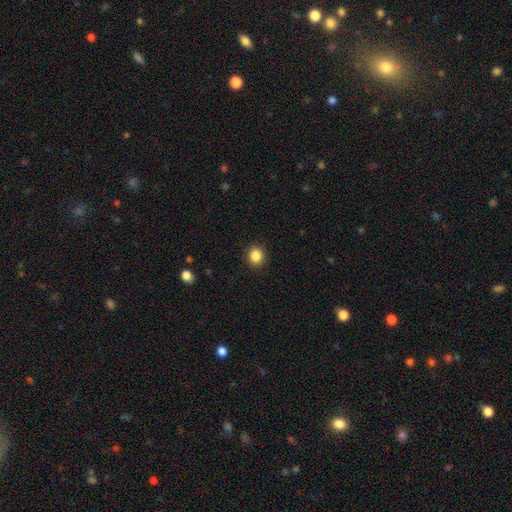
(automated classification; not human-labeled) A smooth galaxy with no disk features (86%) that is round (74%).

Vote fractions:
- Smooth or featured? smooth: 86% / star or artifact: 10% / featured or disk: 4%
- How rounded? round: 74% / in between: 25% / cigar-shaped: 1%
- Merging? none: 91% / minor disturbance: 6% / major disturbance: 2% / merger: 1%